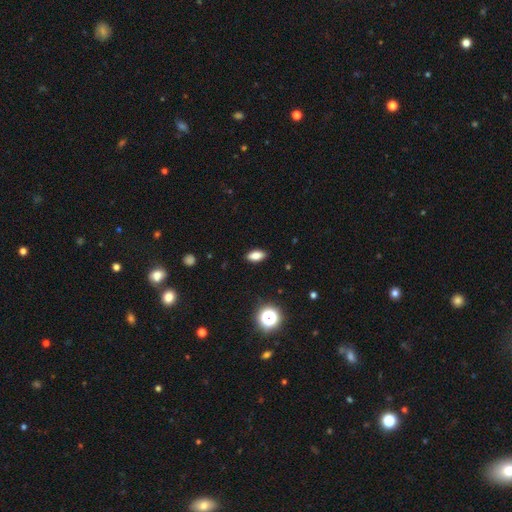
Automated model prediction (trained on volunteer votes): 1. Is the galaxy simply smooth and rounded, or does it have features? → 82% smooth, 11% star or artifact, 7% featured or disk.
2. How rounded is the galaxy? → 87% in between, 8% cigar-shaped, 5% round.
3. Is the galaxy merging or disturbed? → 89% none, 8% minor disturbance, 2% major disturbance, 1% merger.